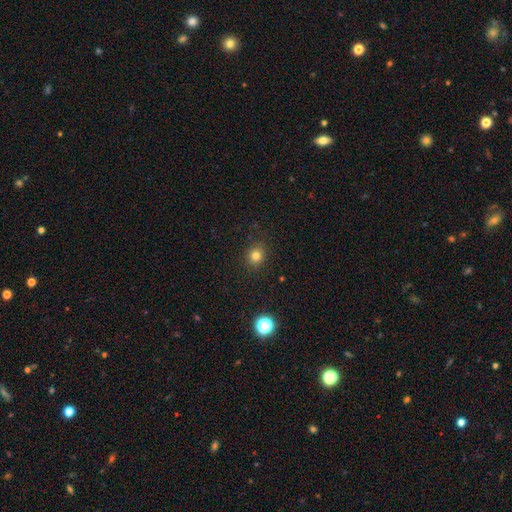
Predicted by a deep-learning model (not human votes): Q: Smooth or featured?
A: smooth (81%); runner-up: star or artifact (14%)
Q: How rounded?
A: round (82%); runner-up: in between (17%)
Q: Merging?
A: none (89%); runner-up: minor disturbance (8%)